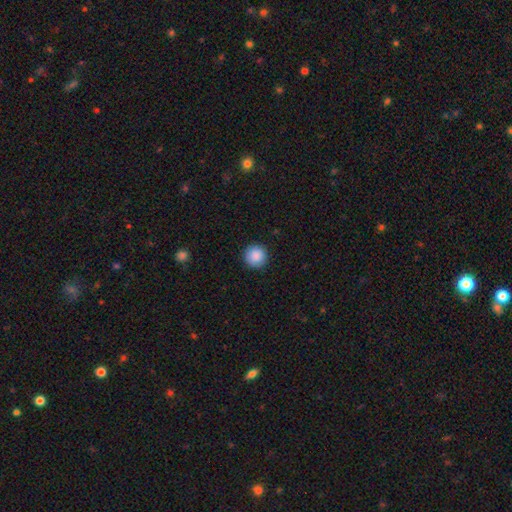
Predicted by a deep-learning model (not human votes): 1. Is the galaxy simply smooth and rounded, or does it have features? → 89% smooth, 8% star or artifact, 3% featured or disk.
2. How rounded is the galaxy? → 96% round, 3% in between, 1% cigar-shaped.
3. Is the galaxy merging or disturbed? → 92% none, 5% minor disturbance, 2% major disturbance, 1% merger.